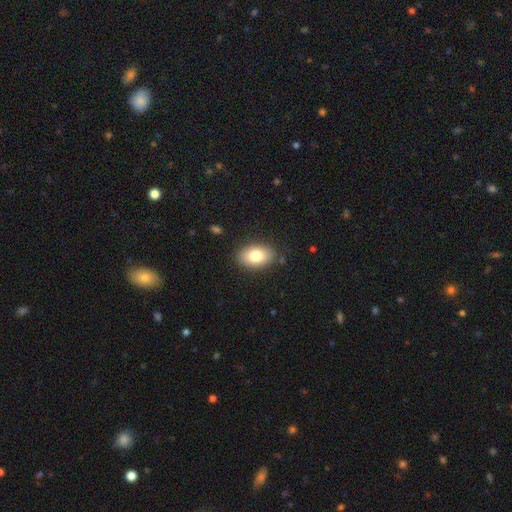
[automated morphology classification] smooth_or_featured: smooth (p=0.80) [alt: featured or disk p=0.12]
how_rounded: in between (p=0.89) [alt: round p=0.10]
merging: none (p=0.86) [alt: minor disturbance p=0.10]